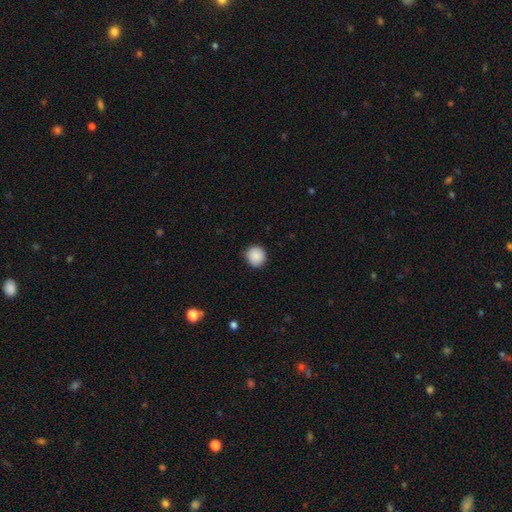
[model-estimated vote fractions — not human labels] Smooth or featured? Predicted: smooth (p=0.89). How rounded? Predicted: round (p=0.93). Merging? Predicted: none (p=0.90).